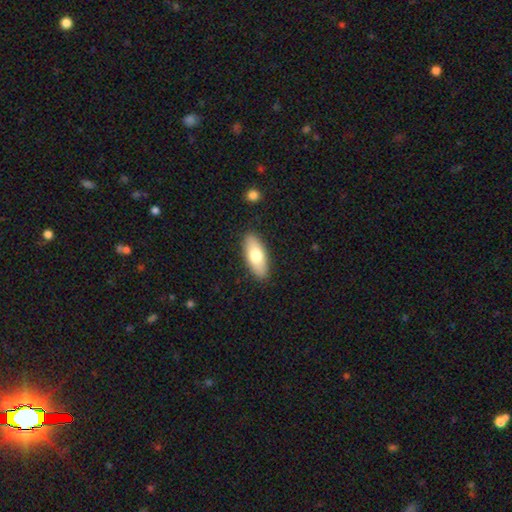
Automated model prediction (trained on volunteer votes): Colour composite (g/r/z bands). It shows a smooth galaxy with no disk features (73%) that is in between round and cigar-shaped (79%). Merging: none (89%).